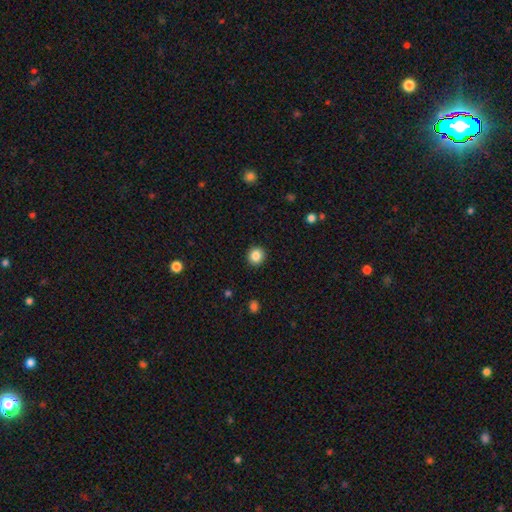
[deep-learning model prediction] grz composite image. It shows a smooth galaxy with no disk features (86%) that is round (92%). Merging: none (92%).